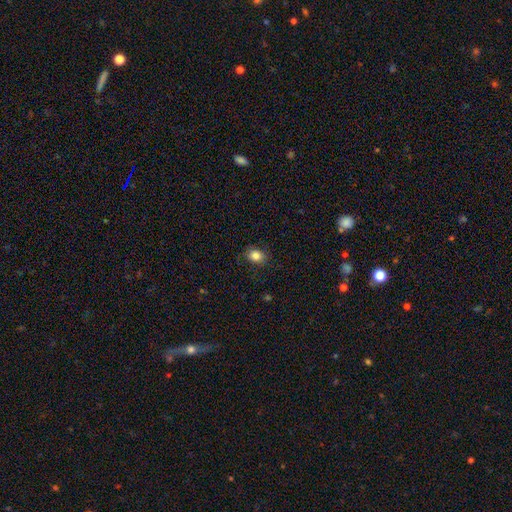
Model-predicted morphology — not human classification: Smooth or featured: smooth — 83% (star or artifact — 10%)
How rounded: in between — 52% (round — 47%)
Merging: none — 79% (minor disturbance — 15%)